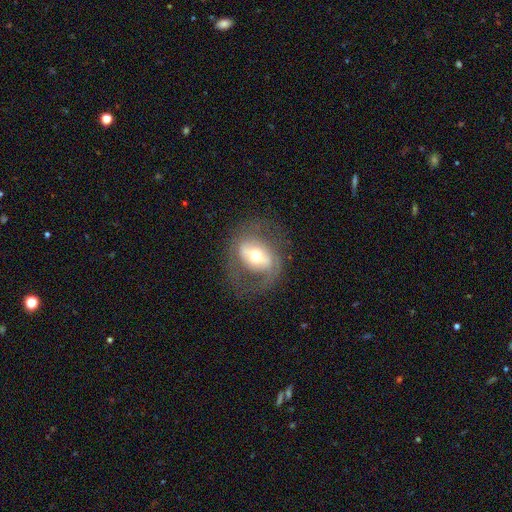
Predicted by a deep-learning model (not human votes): A featured or disk galaxy (67%) with a strong bar (36%), spiral arms (65%) and a moderate central bulge (58%).

Vote fractions:
- Smooth or featured? featured or disk: 67% / smooth: 25% / star or artifact: 7%
- Edge-on disk? no: 94% / yes: 6%
- Bar? strong: 36% / no: 32% / weak: 31%
- Spiral arms? yes: 65% / no: 35%
- Bulge size? moderate: 58% / small: 30% / large: 9% / dominant: 2% / none: 1%
- Merging? none: 66% / major disturbance: 17% / minor disturbance: 16% / merger: 1%